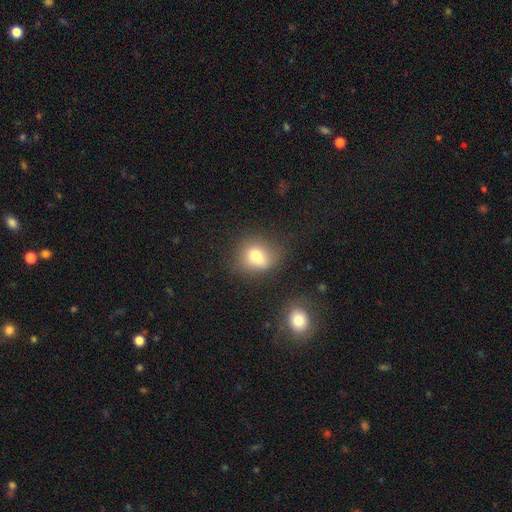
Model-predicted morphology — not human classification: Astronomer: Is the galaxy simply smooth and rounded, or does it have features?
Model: smooth — 72%.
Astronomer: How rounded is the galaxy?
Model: round — 57% (runner-up: in between, 41%).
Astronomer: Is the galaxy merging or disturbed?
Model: none — 62%.